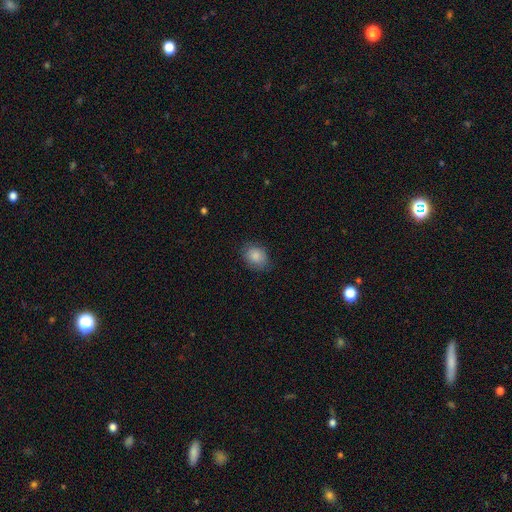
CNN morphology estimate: This appears to be a smooth galaxy with no disk features (86%) that is in between round and cigar-shaped (60%). Merging: none (79%).